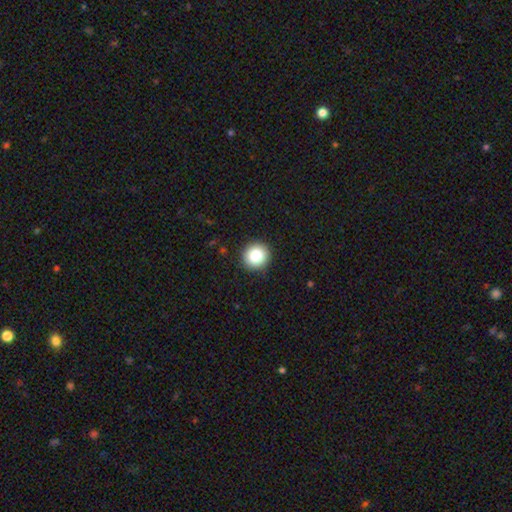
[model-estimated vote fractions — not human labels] The model was most divided on "smooth or featured": smooth: 86%, star or artifact: 9%, featured or disk: 5%. More confident: how rounded — round (93%); merging — none (92%).